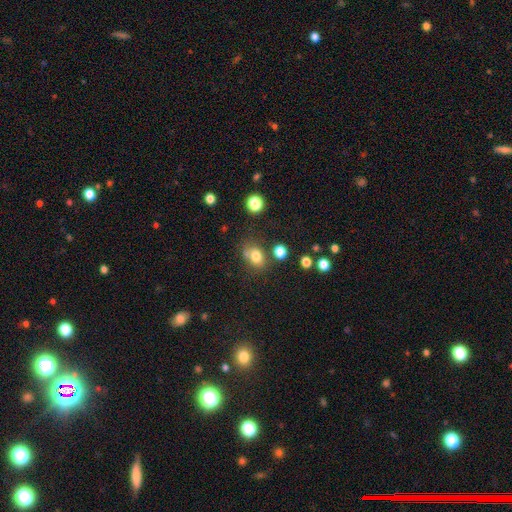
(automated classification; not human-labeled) smooth-or-featured: smooth: 78% | star or artifact: 13% | featured or disk: 9%
  how-rounded: in between: 54% | round: 45% | cigar-shaped: 1%
  merging: none: 59% | minor disturbance: 17% | merger: 17% | major disturbance: 7%